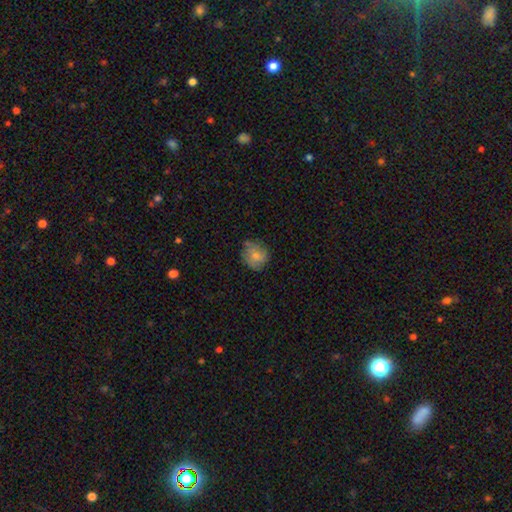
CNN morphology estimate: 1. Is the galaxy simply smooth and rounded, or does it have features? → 73% smooth, 19% featured or disk, 8% star or artifact.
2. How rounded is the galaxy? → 81% round, 18% in between, 1% cigar-shaped.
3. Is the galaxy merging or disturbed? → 70% none, 22% minor disturbance, 5% major disturbance, 3% merger.